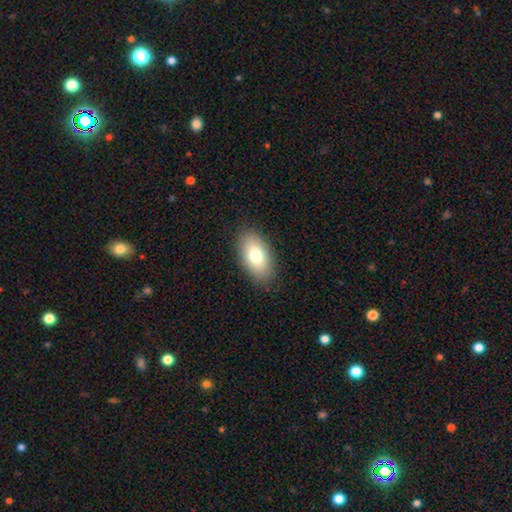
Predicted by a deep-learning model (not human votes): smooth_or_featured: smooth (p=0.77) [alt: featured or disk p=0.15]
how_rounded: in between (p=0.93) [alt: round p=0.05]
merging: none (p=0.87) [alt: minor disturbance p=0.09]